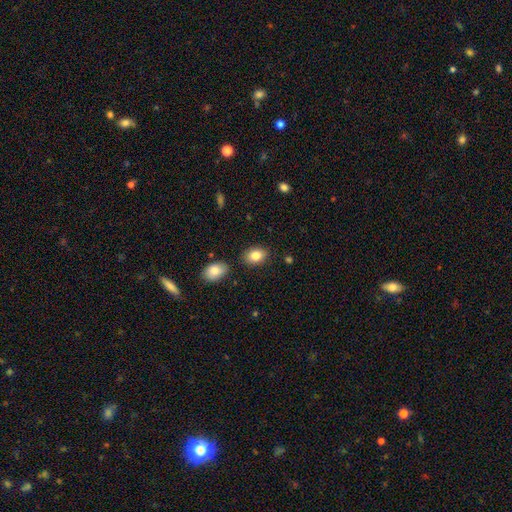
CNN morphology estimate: A smooth galaxy with no disk features (83%) that is in between round and cigar-shaped (80%).

Vote fractions:
- Smooth or featured? smooth: 83% / featured or disk: 9% / star or artifact: 8%
- How rounded? in between: 80% / round: 19% / cigar-shaped: 1%
- Merging? none: 84% / minor disturbance: 10% / merger: 4% / major disturbance: 2%